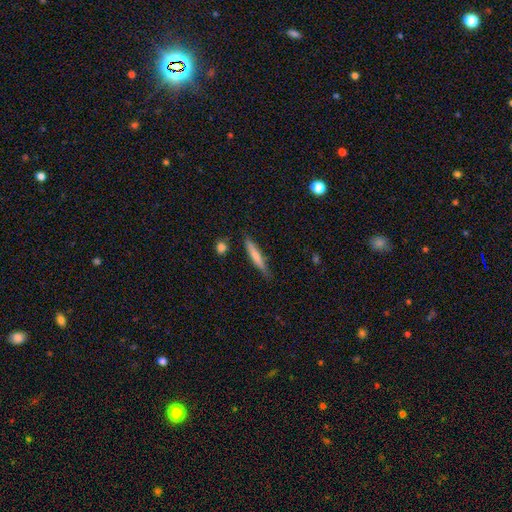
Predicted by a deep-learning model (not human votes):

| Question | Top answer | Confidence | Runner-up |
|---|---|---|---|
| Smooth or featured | smooth | 67% | featured or disk (27%) |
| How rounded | cigar-shaped | 91% | in between (7%) |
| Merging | none | 77% | minor disturbance (17%) |